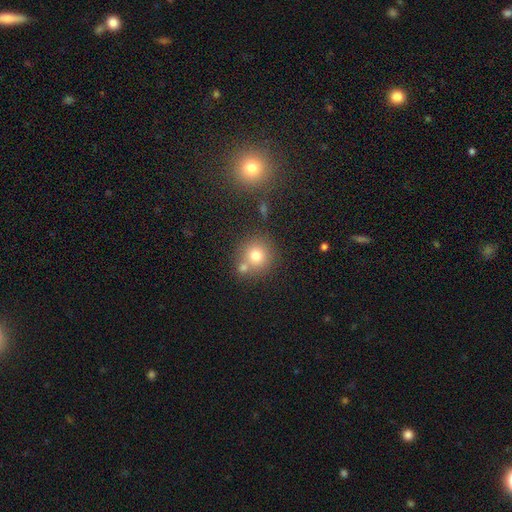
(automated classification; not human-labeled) Overall: smooth (75%). How rounded: round (90%). Merging: none (62%; merger 25%).